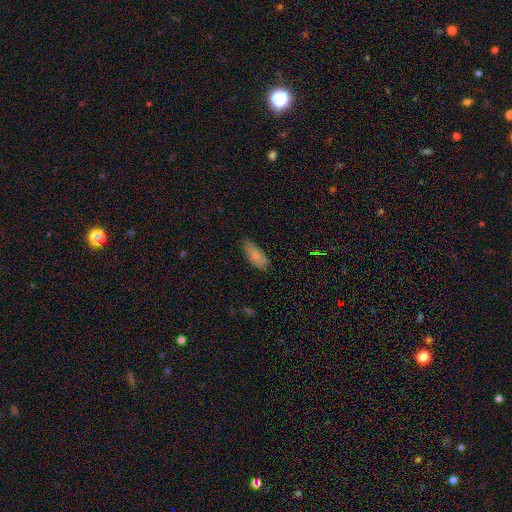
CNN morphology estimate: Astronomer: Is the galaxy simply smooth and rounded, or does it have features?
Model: smooth — 81%.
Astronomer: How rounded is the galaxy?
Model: in between — 81%.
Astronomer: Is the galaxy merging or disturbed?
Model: none — 70%.